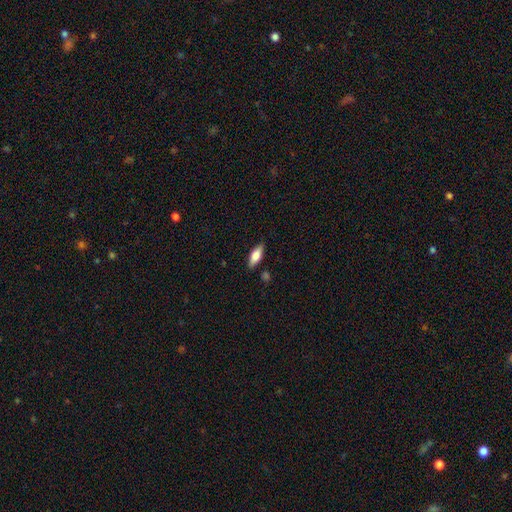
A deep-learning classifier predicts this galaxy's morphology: smooth 68%, featured or disk 25%, star or artifact 7%. Down the decision tree: how rounded — in between (72%); merging — none (85%).